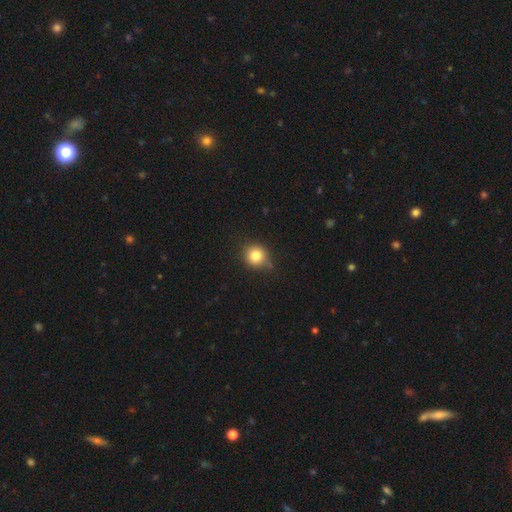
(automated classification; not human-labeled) A smooth galaxy with no disk features (81%) that is round (88%).

Vote fractions:
- Smooth or featured? smooth: 81% / star or artifact: 11% / featured or disk: 7%
- How rounded? round: 88% / in between: 11% / cigar-shaped: 1%
- Merging? none: 76% / minor disturbance: 17% / major disturbance: 4% / merger: 3%